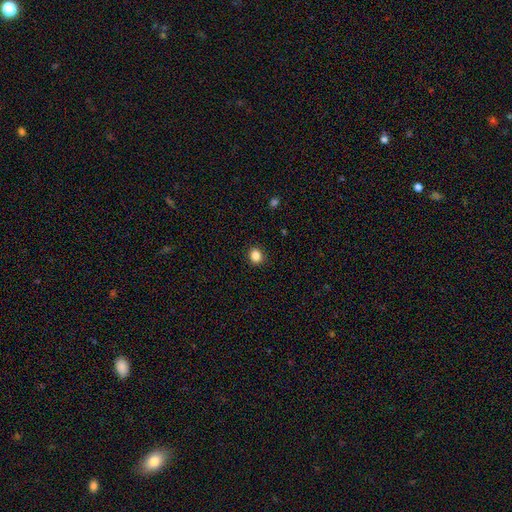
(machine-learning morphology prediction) Smooth or featured? Predicted: smooth (p=0.86). How rounded? Predicted: round (p=0.69). Merging? Predicted: none (p=0.90).